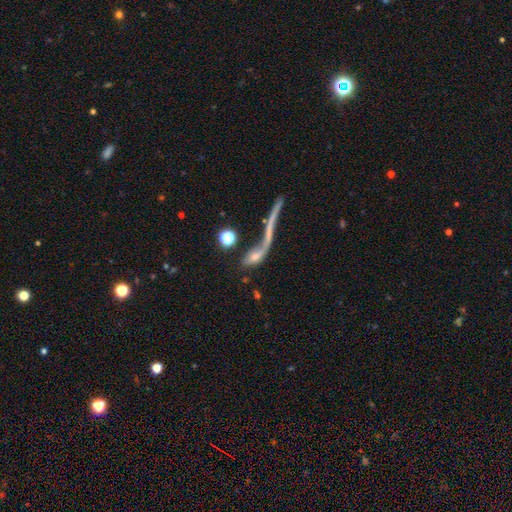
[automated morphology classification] This appears to be a featured or disk galaxy (47%). Merging: none (33%).